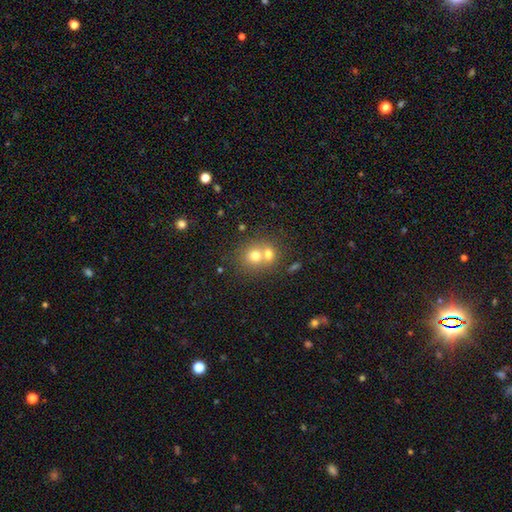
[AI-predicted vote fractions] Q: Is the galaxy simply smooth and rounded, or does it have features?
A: smooth — 70%.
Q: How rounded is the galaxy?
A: round — 79%.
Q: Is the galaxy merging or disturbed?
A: merger — 59%.